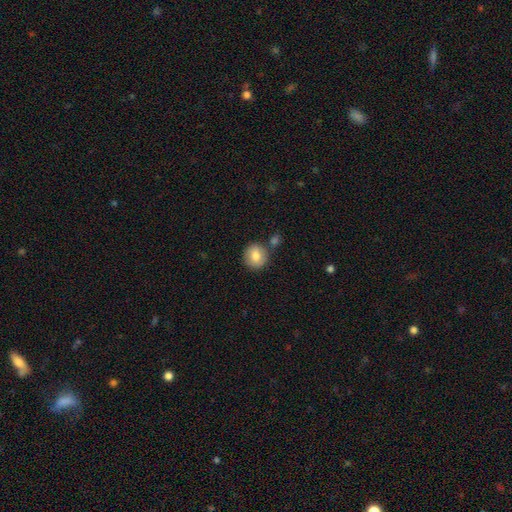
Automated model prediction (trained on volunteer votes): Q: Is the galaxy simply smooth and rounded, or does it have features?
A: smooth — 81%.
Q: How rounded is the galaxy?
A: round — 89%.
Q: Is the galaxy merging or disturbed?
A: none — 76%.